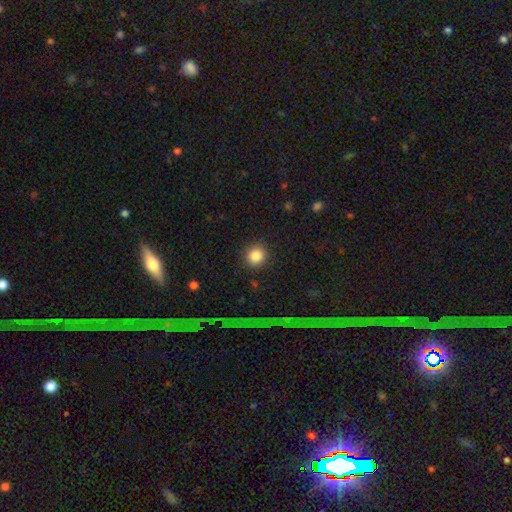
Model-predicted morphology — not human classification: Smooth or featured? smooth (85%)
How rounded? round (90%)
Merging? none (89%)